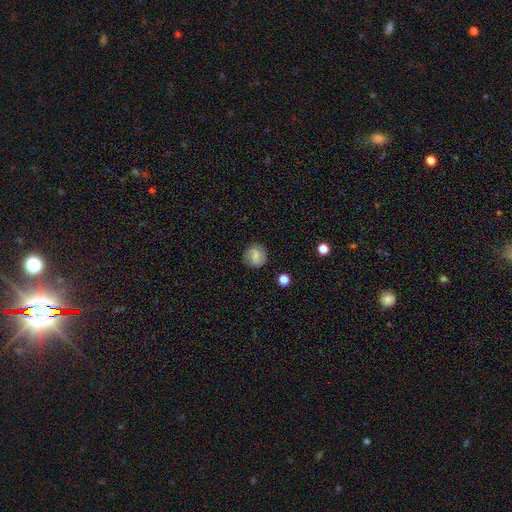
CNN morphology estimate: This appears to be a smooth galaxy with no disk features (68%) that is round (85%). Merging: none (85%).